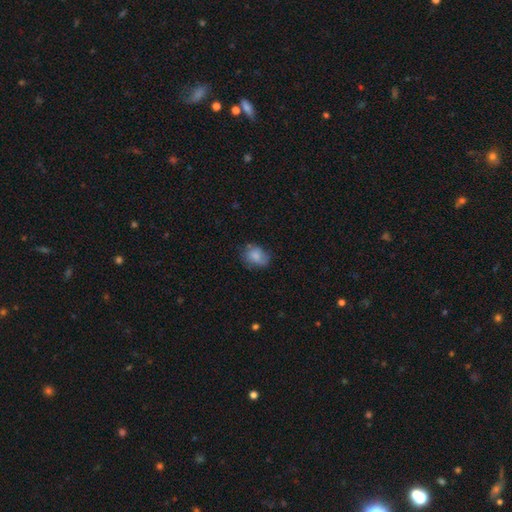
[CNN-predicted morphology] Smooth or featured? Predicted: smooth (p=0.78). How rounded? Predicted: in between (p=0.57). Merging? Predicted: none (p=0.61).